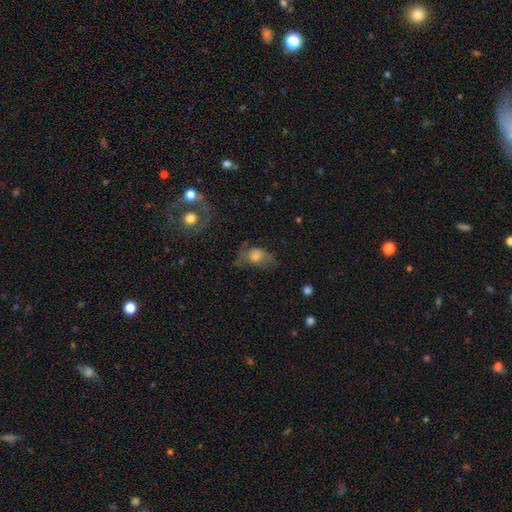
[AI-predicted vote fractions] smooth-or-featured: smooth: 57% | featured or disk: 30% | star or artifact: 13%
  how-rounded: in between: 64% | round: 33% | cigar-shaped: 3%
  merging: none: 39% | major disturbance: 32% | minor disturbance: 25% | merger: 4%